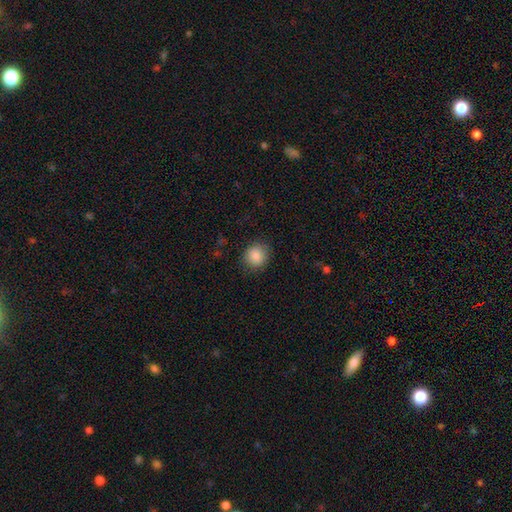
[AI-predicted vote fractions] A smooth galaxy with no disk features (86%) that is round (85%).

Vote fractions:
- Smooth or featured? smooth: 86% / star or artifact: 9% / featured or disk: 5%
- How rounded? round: 85% / in between: 14% / cigar-shaped: 1%
- Merging? none: 86% / minor disturbance: 10% / major disturbance: 3% / merger: 1%